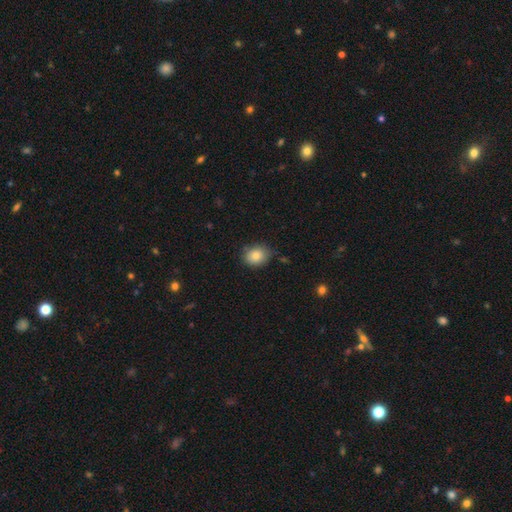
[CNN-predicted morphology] type=smooth (85%); roundness=round (56%); merging=none (78%).